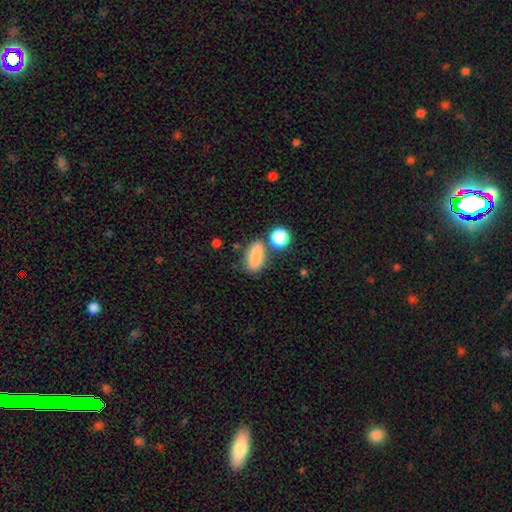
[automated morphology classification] This appears to be a smooth galaxy with no disk features (84%) that is in between round and cigar-shaped (70%). Merging: none (62%).